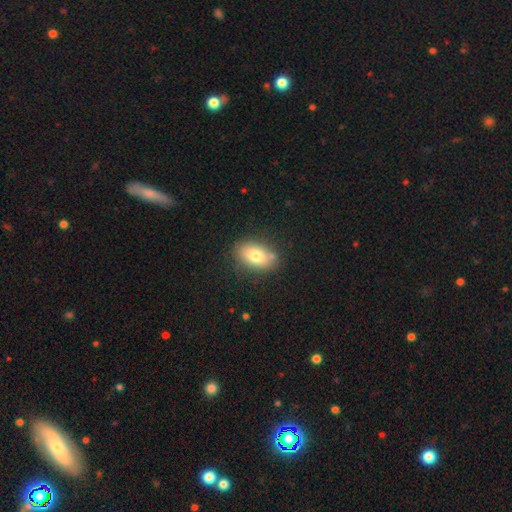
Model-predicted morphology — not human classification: The model was most divided on "smooth or featured": smooth: 76%, featured or disk: 15%, star or artifact: 9%. More confident: how rounded — in between (87%); merging — none (81%).